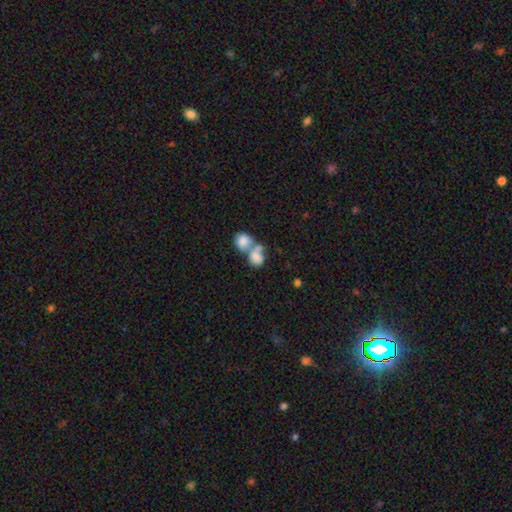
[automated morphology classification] smooth-or-featured: smooth: 75% | featured or disk: 16% | star or artifact: 9%
  how-rounded: in between: 49% (tied) | round: 49% (tied) | cigar-shaped: 2%
  merging: merger: 73% | none: 17% | minor disturbance: 6% | major disturbance: 5%